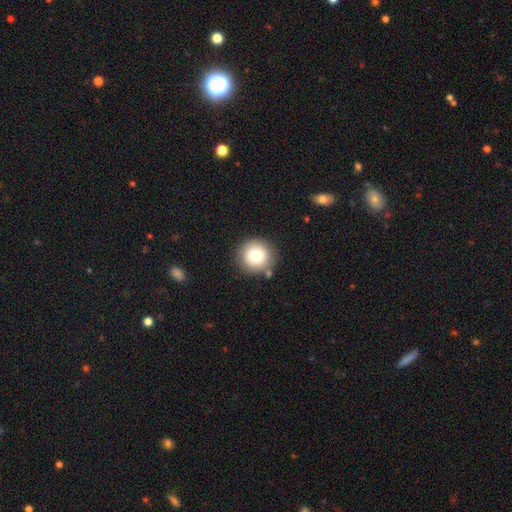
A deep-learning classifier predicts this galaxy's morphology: A smooth galaxy with no disk features (77%) that is round (93%).

Vote fractions:
- Smooth or featured? smooth: 77% / featured or disk: 13% / star or artifact: 10%
- How rounded? round: 93% / in between: 6% / cigar-shaped: 1%
- Merging? none: 84% / minor disturbance: 9% / merger: 5% / major disturbance: 3%